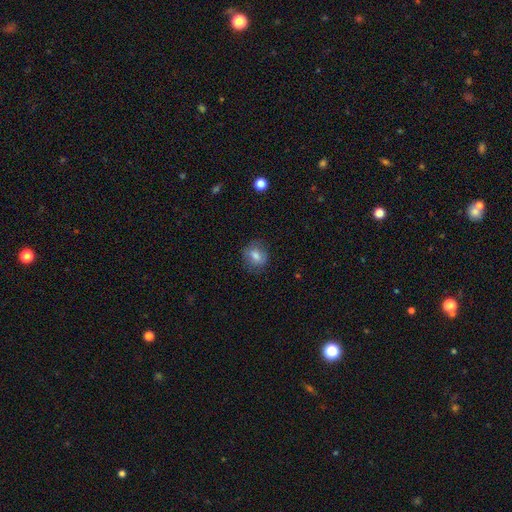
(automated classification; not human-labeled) Smooth or featured?
  - smooth: 73% *
  - featured or disk: 18%
  - star or artifact: 9%
How rounded?
  - round: 52% *
  - in between: 46%
  - cigar-shaped: 2%
Merging?
  - none: 78% *
  - minor disturbance: 16%
  - major disturbance: 5%
  - merger: 1%